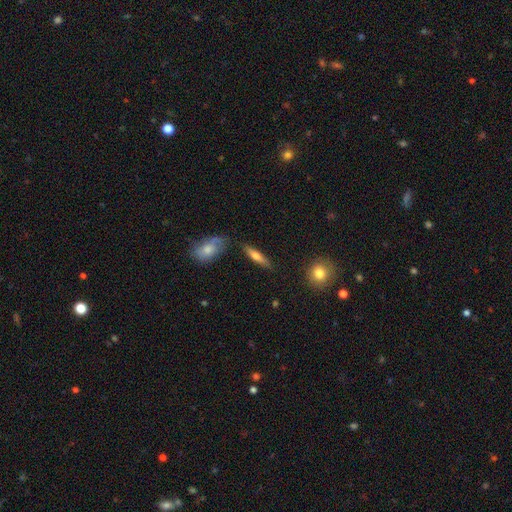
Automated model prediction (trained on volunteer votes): smooth-or-featured: smooth: 62% | featured or disk: 32% | star or artifact: 7%
  how-rounded: cigar-shaped: 72% | in between: 26% | round: 3%
  merging: none: 81% | minor disturbance: 12% | merger: 4% | major disturbance: 3%